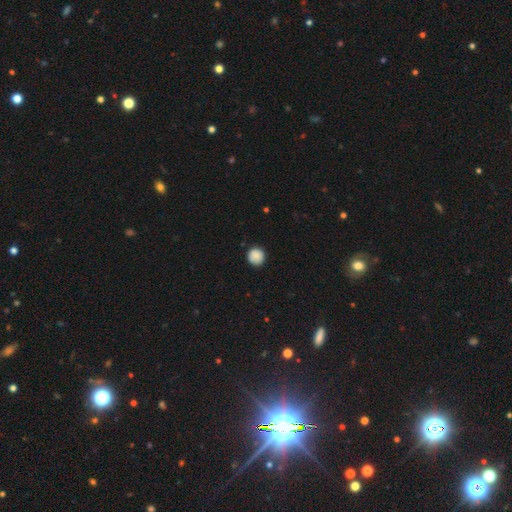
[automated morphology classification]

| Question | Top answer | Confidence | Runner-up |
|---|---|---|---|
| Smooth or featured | smooth | 84% | star or artifact (8%) |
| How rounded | round | 92% | in between (7%) |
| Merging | none | 83% | minor disturbance (13%) |